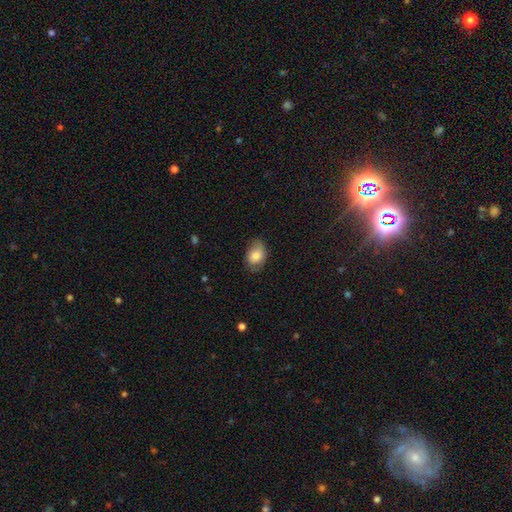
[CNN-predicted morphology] Q: Smooth or featured?
A: smooth (77%); runner-up: featured or disk (16%)
Q: How rounded?
A: in between (81%); runner-up: round (18%)
Q: Merging?
A: none (69%); runner-up: minor disturbance (24%)